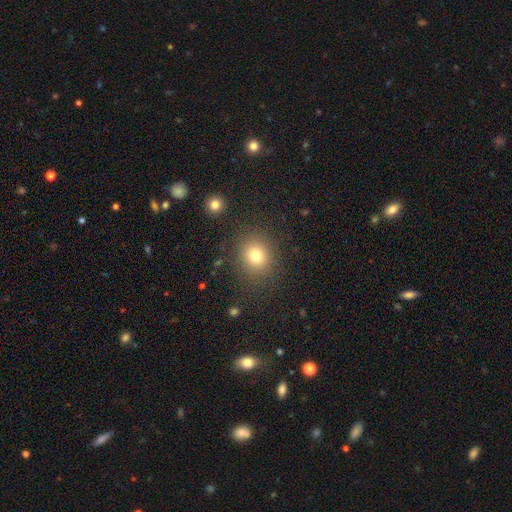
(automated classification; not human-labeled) Q: Smooth or featured?
A: smooth (77%); runner-up: star or artifact (14%)
Q: How rounded?
A: round (74%); runner-up: in between (25%)
Q: Merging?
A: none (85%); runner-up: minor disturbance (9%)